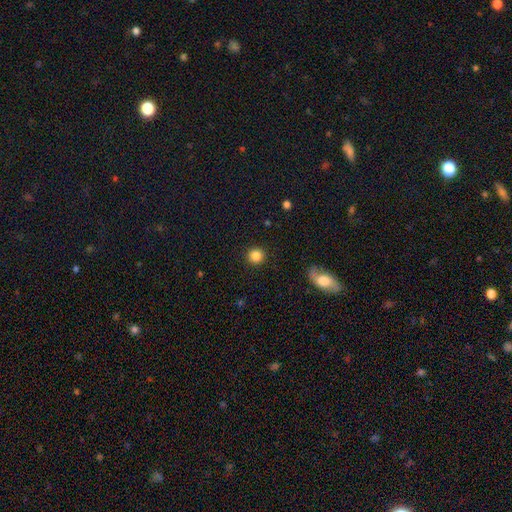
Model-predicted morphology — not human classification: Overall: smooth (85%). How rounded: round (93%). Merging: none (92%).